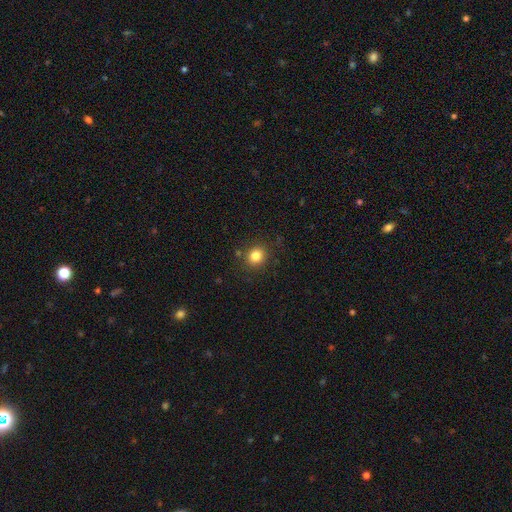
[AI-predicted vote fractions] smooth_or_featured: smooth (p=0.81) [alt: star or artifact p=0.13]
how_rounded: round (p=0.80) [alt: in between p=0.19]
merging: none (p=0.86) [alt: minor disturbance p=0.08]